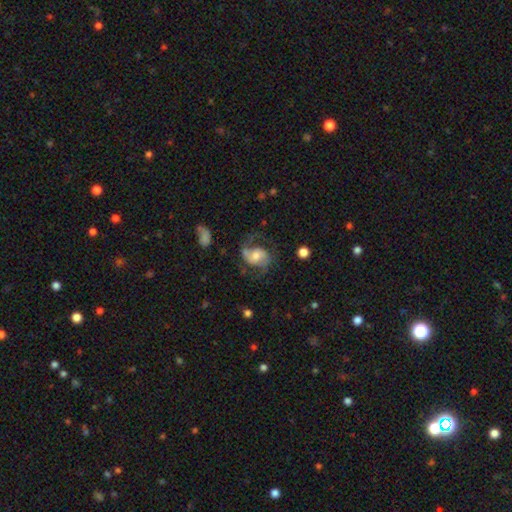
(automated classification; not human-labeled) Smooth or featured: featured or disk — 74% (smooth — 19%)
Edge-on disk: no — 98% (yes — 2%)
Bar: no — 51% (weak — 38%)
Spiral arms: yes — 92% (no — 8%)
Spiral winding: medium — 50% (loose — 35%)
Spiral arm count: 2 — 80% (1 — 10%)
Bulge size: moderate — 55% (large — 20%)
Merging: none — 55% (major disturbance — 23%)